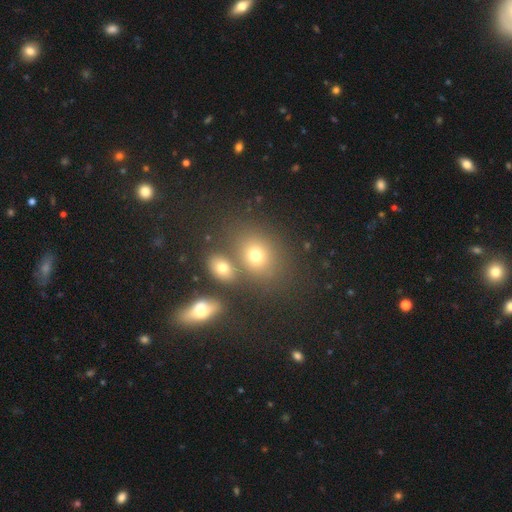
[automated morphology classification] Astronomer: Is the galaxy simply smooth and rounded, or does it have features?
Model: smooth — 70%.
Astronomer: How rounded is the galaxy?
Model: round — 53% (runner-up: in between, 45%).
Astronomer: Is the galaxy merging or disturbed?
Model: none — 64%.